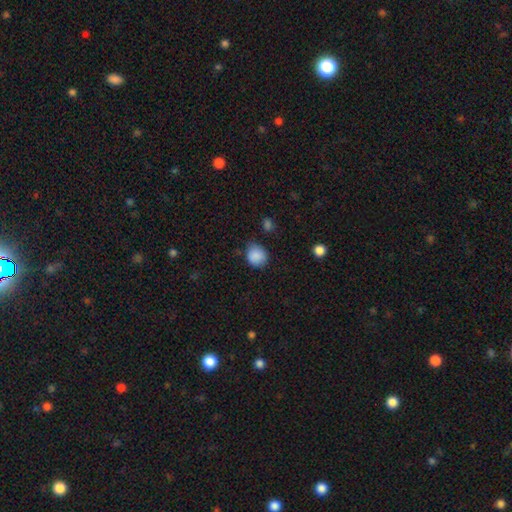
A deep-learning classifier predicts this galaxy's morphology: type=smooth (87%); roundness=round (78%); merging=none (67%).